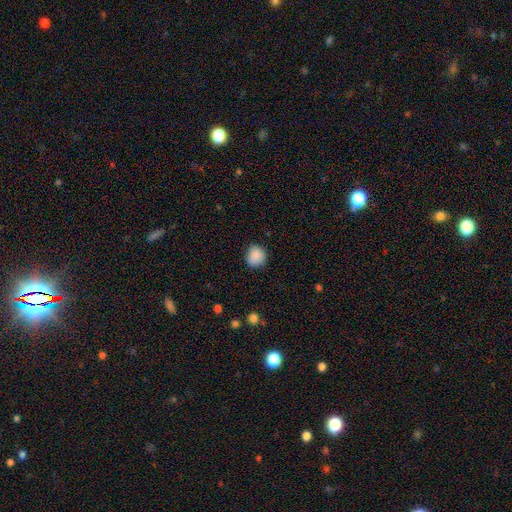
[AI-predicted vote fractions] Morphology: type=smooth (87%); roundness=round (83%); merging=none (78%).